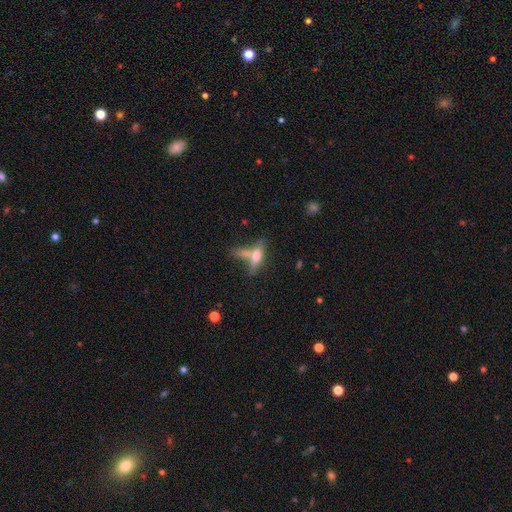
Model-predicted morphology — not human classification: A smooth galaxy with no disk features (58%) that is cigar-shaped (49%).

Vote fractions:
- Smooth or featured? smooth: 58% / featured or disk: 34% / star or artifact: 9%
- How rounded? cigar-shaped: 49% / in between: 47% / round: 4%
- Merging? merger: 39% / none: 38% / minor disturbance: 13% / major disturbance: 9%